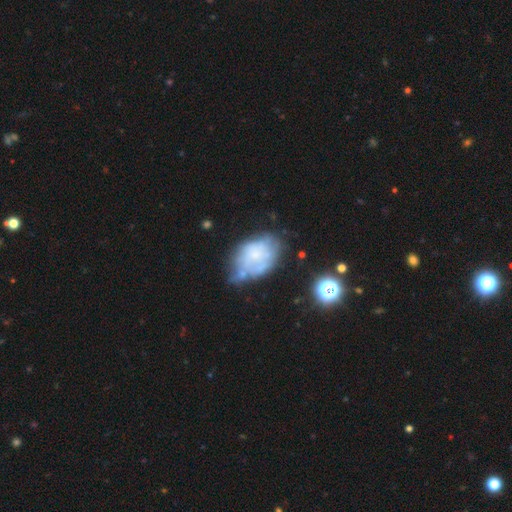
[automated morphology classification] Smooth or featured? featured or disk (48%)
Merging? none (36%)